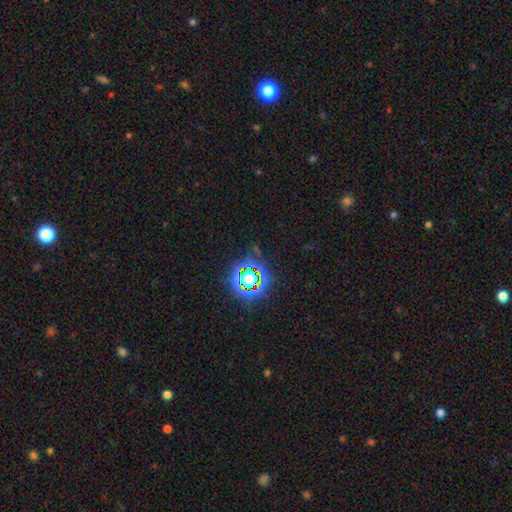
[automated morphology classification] A star or artifact, not a galaxy (81%).